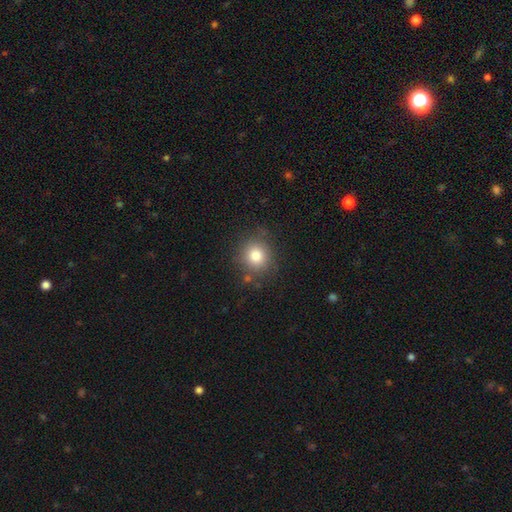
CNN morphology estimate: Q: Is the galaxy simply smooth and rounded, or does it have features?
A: smooth — 82%.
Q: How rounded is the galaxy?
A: round — 86%.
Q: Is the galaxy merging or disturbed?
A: none — 82%.